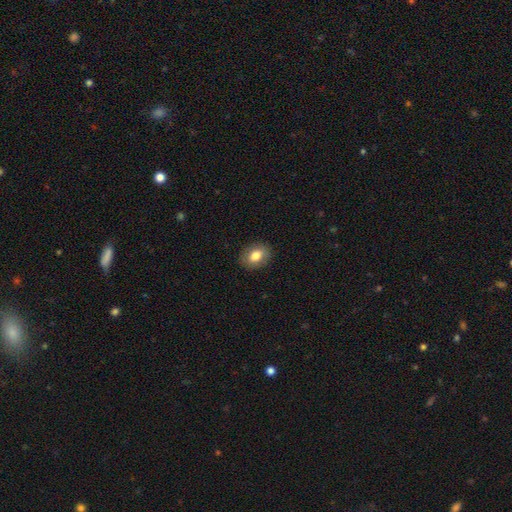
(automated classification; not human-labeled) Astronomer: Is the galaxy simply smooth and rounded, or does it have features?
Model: smooth — 79%.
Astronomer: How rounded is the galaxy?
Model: in between — 61% (runner-up: round, 38%).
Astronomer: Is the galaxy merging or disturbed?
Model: none — 88%.